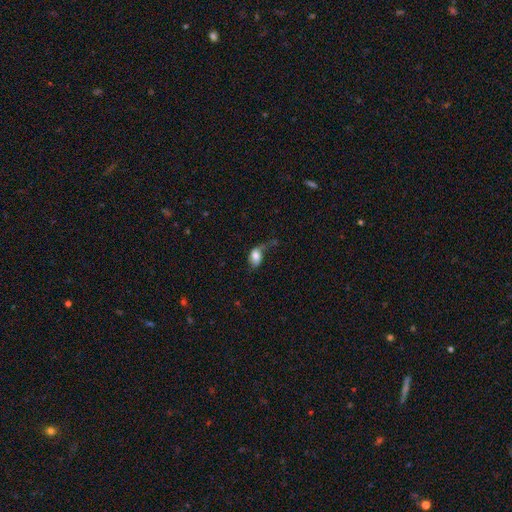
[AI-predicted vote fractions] A smooth galaxy with no disk features (68%) that is in between round and cigar-shaped (80%).

Vote fractions:
- Smooth or featured? smooth: 68% / featured or disk: 23% / star or artifact: 9%
- How rounded? in between: 80% / round: 18% / cigar-shaped: 2%
- Merging? major disturbance: 42% / minor disturbance: 26% / none: 25% / merger: 7%